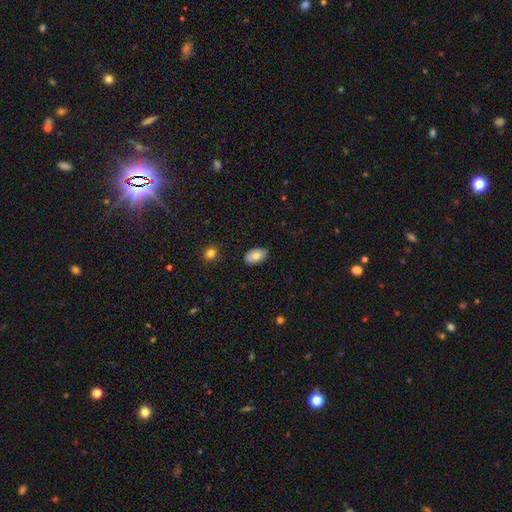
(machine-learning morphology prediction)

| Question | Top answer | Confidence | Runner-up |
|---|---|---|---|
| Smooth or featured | smooth | 80% | featured or disk (13%) |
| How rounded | in between | 93% | round (5%) |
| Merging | none | 86% | minor disturbance (11%) |